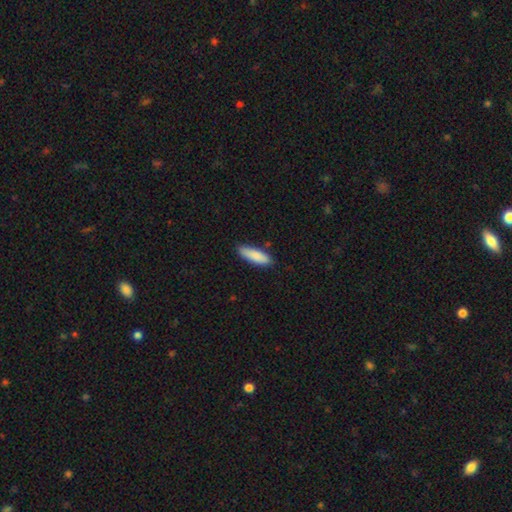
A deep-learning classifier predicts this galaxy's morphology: Q: Smooth or featured?
A: smooth (87%); runner-up: featured or disk (7%)
Q: How rounded?
A: cigar-shaped (51%); runner-up: in between (48%)
Q: Merging?
A: none (82%); runner-up: minor disturbance (14%)